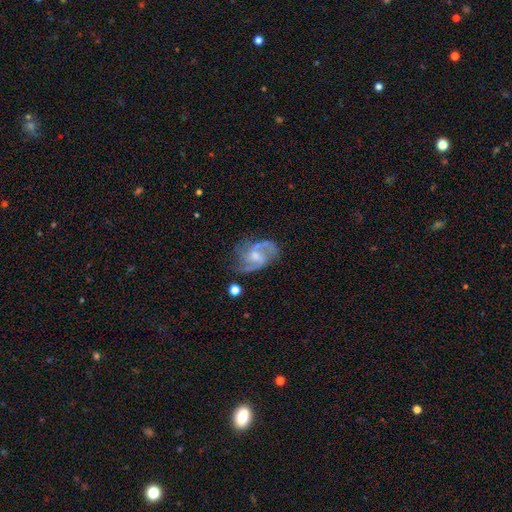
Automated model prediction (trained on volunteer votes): The model was most divided on "bulge size": small: 45%, moderate: 41%, none: 9%, large: 3%, dominant: 1%. Remaining: edge-on disk — no (97%); spiral arms — yes (93%); smooth or featured — featured or disk (82%); spiral arm count — 2 (65%); merging — none (63%); spiral winding — medium (50%); bar — weak (47%).